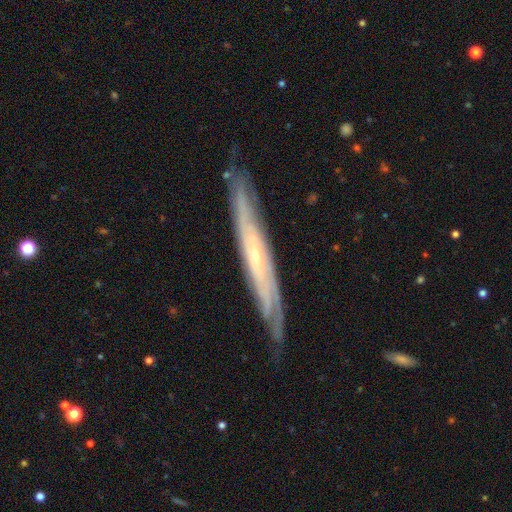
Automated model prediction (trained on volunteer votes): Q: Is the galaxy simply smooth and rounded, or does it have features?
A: featured or disk — 80%.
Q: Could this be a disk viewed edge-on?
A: yes — 64%.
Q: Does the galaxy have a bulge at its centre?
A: none — 52%.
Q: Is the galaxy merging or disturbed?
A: none — 79%.